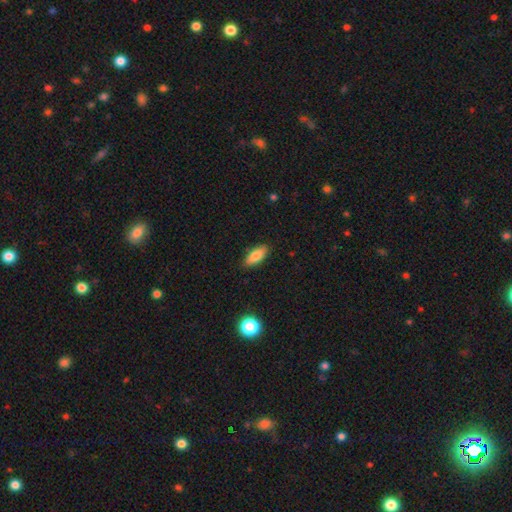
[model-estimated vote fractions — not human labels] Overall: smooth (82%). How rounded: in between (81%). Merging: none (88%).